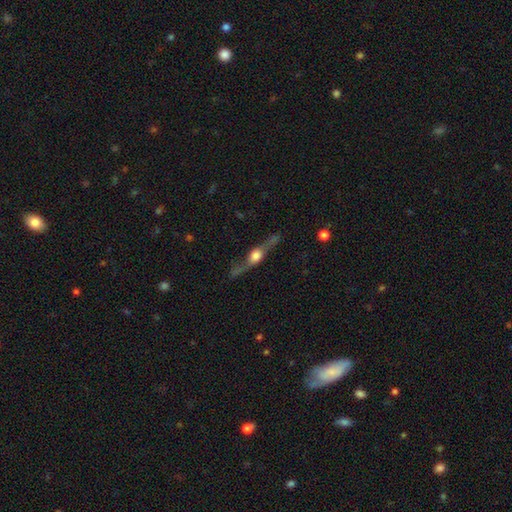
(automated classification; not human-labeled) The model was most divided on "merging": none: 68%, minor disturbance: 17%, major disturbance: 10%, merger: 5%. More confident: edge-on bulge — rounded (93%); edge-on disk — yes (87%); smooth or featured — featured or disk (76%).